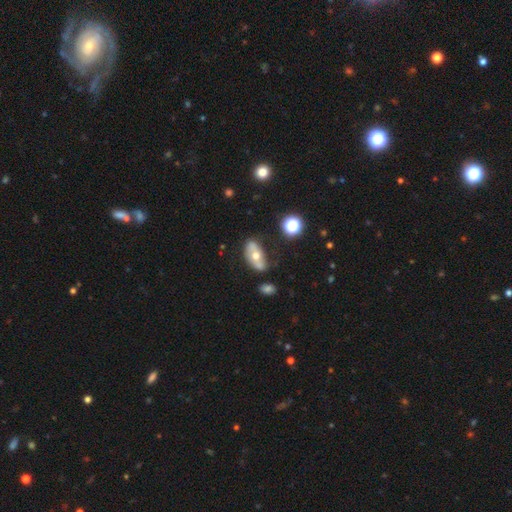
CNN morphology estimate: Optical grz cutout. It shows a featured or disk galaxy (51%). Merging: none (57%).